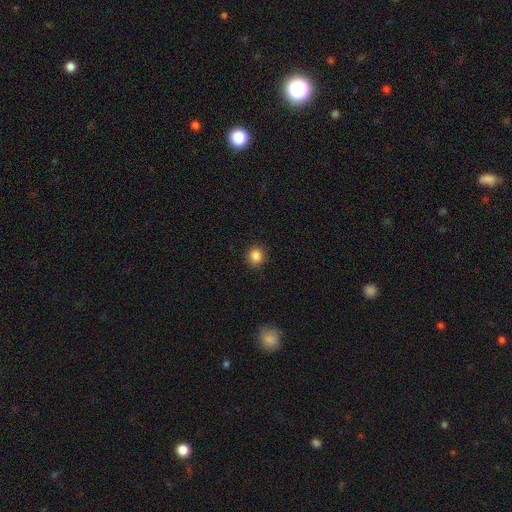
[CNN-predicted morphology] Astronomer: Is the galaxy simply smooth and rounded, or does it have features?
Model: smooth — 86%.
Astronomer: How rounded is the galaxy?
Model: round — 90%.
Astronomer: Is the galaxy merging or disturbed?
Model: none — 91%.